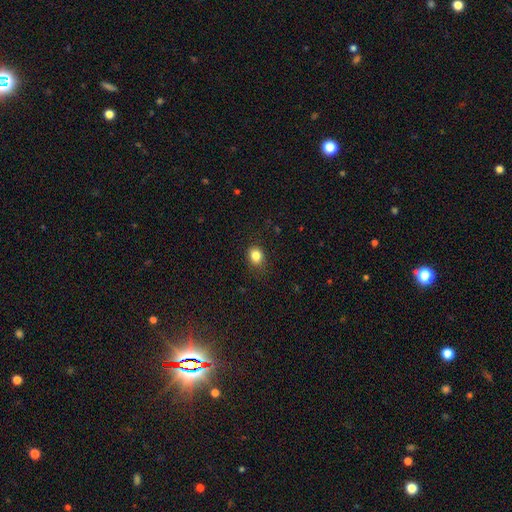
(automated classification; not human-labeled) Smooth or featured? smooth (84%)
How rounded? round (62%)
Merging? none (82%)